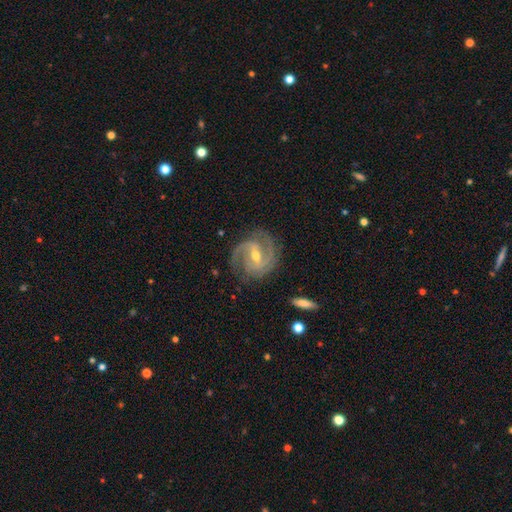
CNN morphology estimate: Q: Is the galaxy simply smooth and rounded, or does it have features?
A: featured or disk — 91%.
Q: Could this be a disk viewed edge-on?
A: no — 97%.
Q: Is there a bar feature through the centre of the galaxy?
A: weak — 45%.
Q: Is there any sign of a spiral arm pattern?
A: yes — 98%.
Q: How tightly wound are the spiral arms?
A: medium — 47%.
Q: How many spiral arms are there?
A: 2 — 69%.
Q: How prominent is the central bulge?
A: moderate — 58%.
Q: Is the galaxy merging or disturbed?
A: none — 79%.